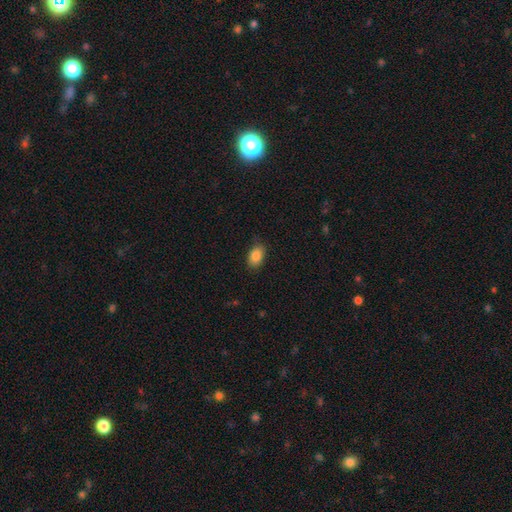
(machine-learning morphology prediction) Smooth or featured? smooth (86%)
How rounded? in between (88%)
Merging? none (82%)